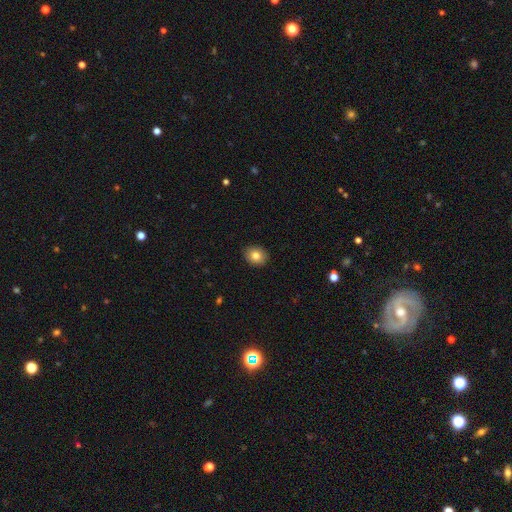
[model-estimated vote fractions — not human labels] Overall: smooth (81%). How rounded: round (58%; in between 41%). Merging: none (91%).